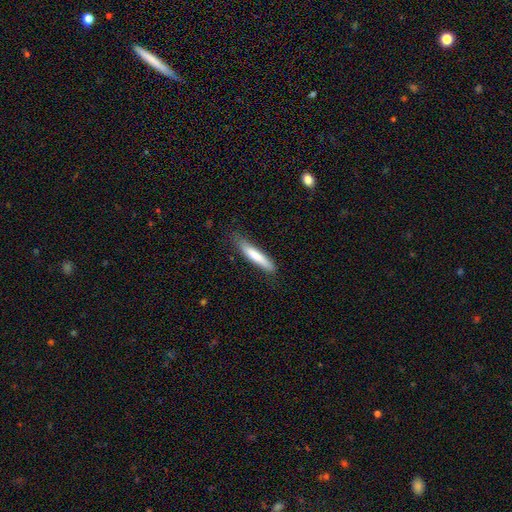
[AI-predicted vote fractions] This appears to be a smooth galaxy with no disk features (77%) that is cigar-shaped (88%). Merging: none (78%).